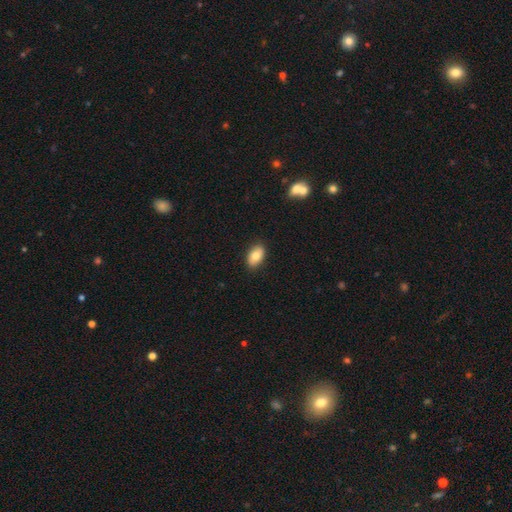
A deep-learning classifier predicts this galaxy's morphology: Overall: smooth (80%). How rounded: in between (92%). Merging: none (88%).